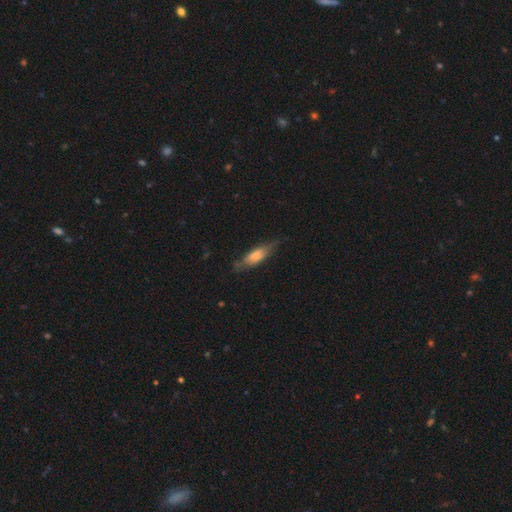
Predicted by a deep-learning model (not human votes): Morphology: type=smooth (63%); roundness=cigar-shaped (51%); merging=none (68%).